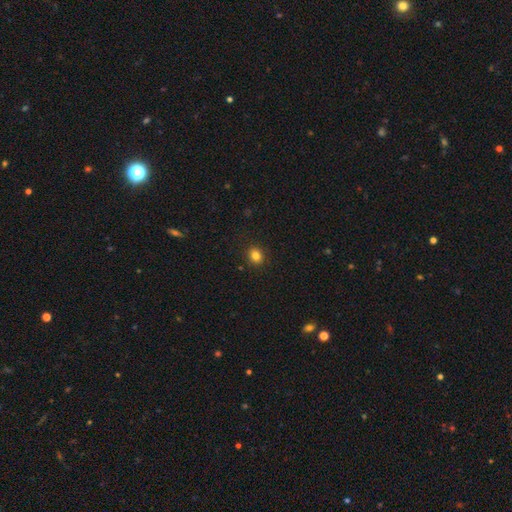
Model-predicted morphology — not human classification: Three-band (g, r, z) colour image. It shows a smooth galaxy with no disk features (82%) that is round (80%). Merging: none (91%).